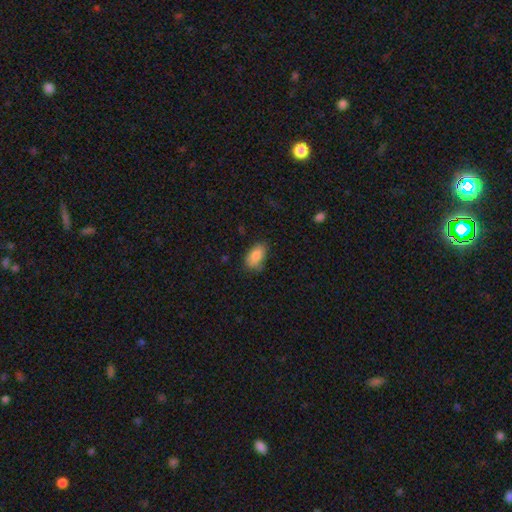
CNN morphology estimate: Smooth or featured: smooth — 85% (star or artifact — 8%)
How rounded: in between — 91% (round — 6%)
Merging: none — 68% (minor disturbance — 25%)